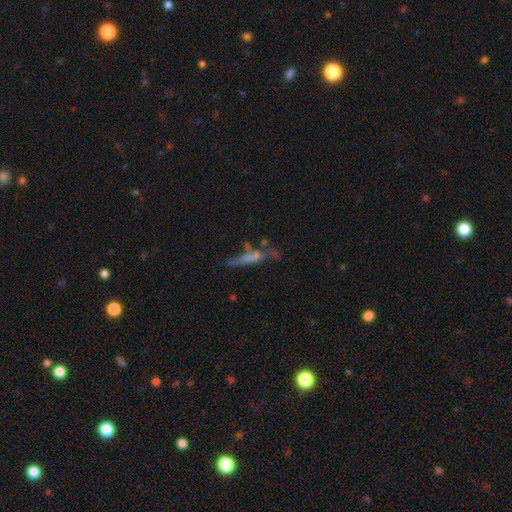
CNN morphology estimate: smooth-or-featured: smooth: 46% | featured or disk: 41% | star or artifact: 13%
  merging: none: 48% | minor disturbance: 21% | major disturbance: 15% | merger: 15%